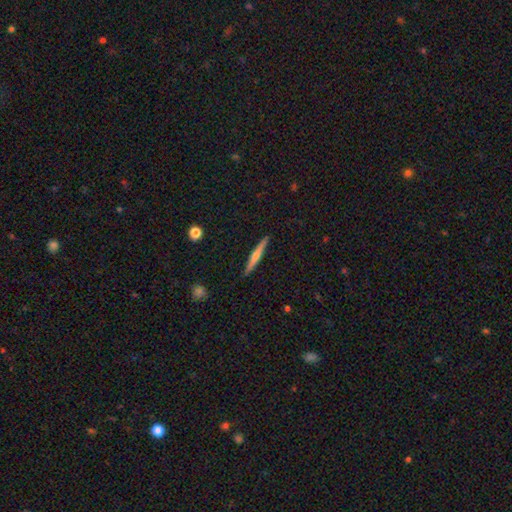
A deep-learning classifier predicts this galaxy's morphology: smooth_or_featured: featured or disk (p=0.59) [alt: smooth p=0.35]
disk_edge_on: yes (p=0.98) [alt: no p=0.02]
edge_on_bulge: rounded (p=0.73) [alt: none p=0.21]
merging: none (p=0.91) [alt: minor disturbance p=0.06]